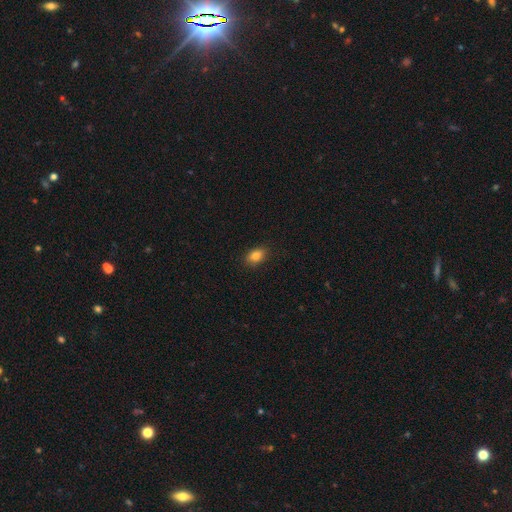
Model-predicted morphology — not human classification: smooth-or-featured: smooth: 83% | star or artifact: 9% | featured or disk: 8%
  how-rounded: in between: 83% | round: 14% | cigar-shaped: 2%
  merging: none: 87% | minor disturbance: 10% | major disturbance: 2% | merger: 1%